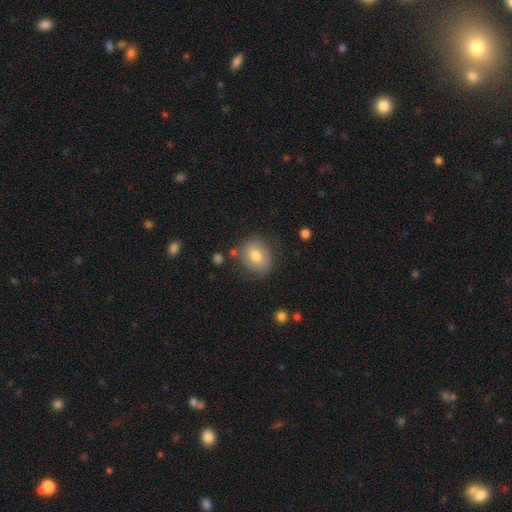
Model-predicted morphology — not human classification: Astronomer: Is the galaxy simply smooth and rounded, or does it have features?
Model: smooth — 75%.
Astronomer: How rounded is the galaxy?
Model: round — 59% (runner-up: in between, 40%).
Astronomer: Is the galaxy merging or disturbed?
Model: none — 75%.